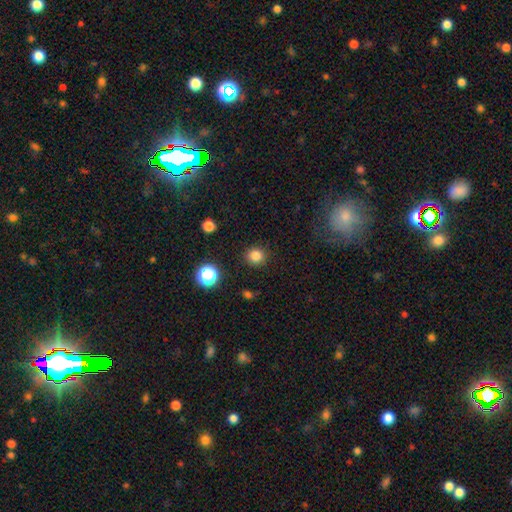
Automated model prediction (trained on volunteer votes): This appears to be a smooth galaxy with no disk features (83%) that is round (88%). Merging: none (89%).